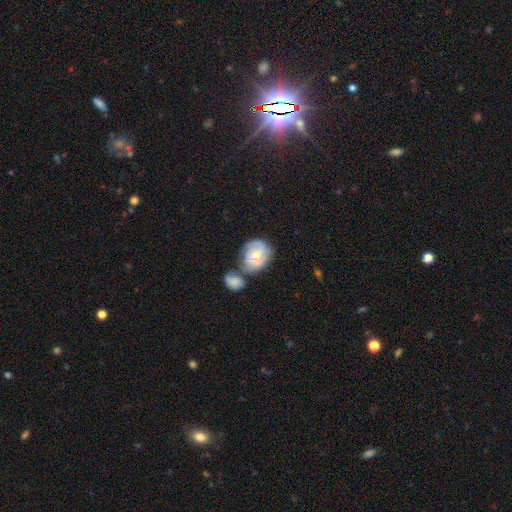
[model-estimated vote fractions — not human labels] Overall: featured or disk (68%). Edge-on disk: no (97%). Bar: no (53%; weak 39%). Spiral arms: yes (90%). Spiral arm count: 2 (57%; can't tell 20%). Spiral winding: tight (52%; medium 37%). Bulge size: moderate (52%; small 43%). Merging: merger (38%, tied with none).